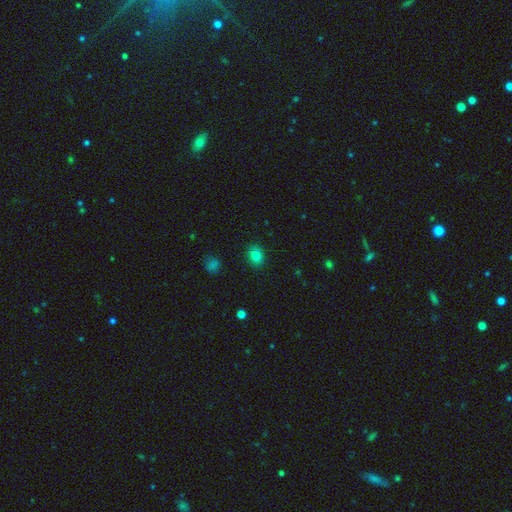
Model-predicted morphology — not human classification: smooth 82%, star or artifact 12%, featured or disk 7%. Down the decision tree: how rounded — in between (52%); merging — none (88%).